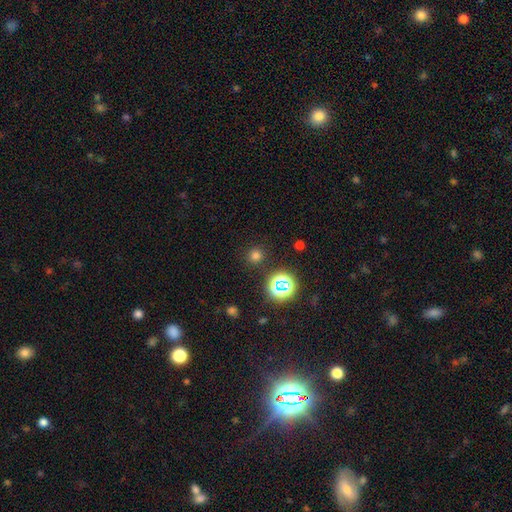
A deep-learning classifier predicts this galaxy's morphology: This appears to be a smooth galaxy with no disk features (70%) that is round (93%). Merging: none (88%).